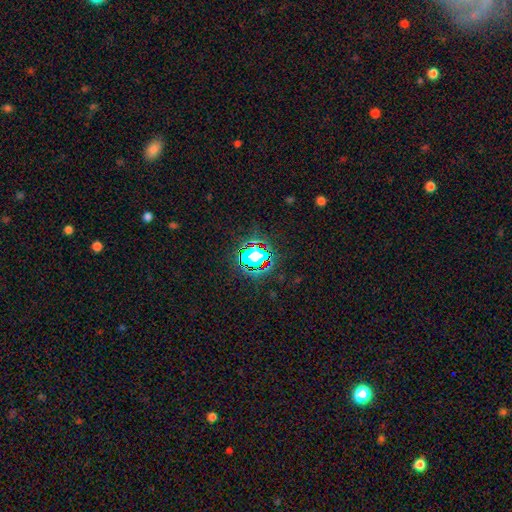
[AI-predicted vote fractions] Smooth or featured? star or artifact (62%)